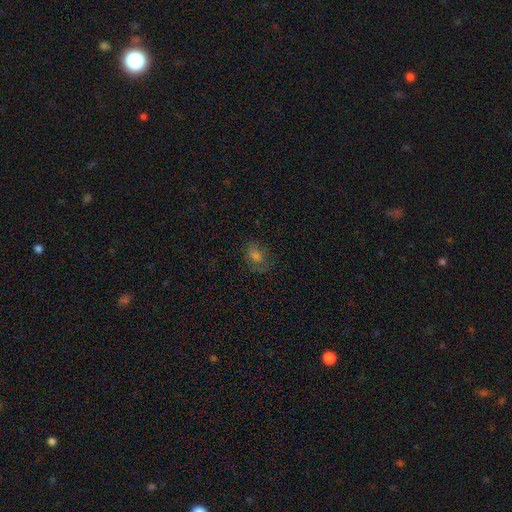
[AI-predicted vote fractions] Morphology: type=smooth (52%); roundness=in between (62%); merging=none (69%).